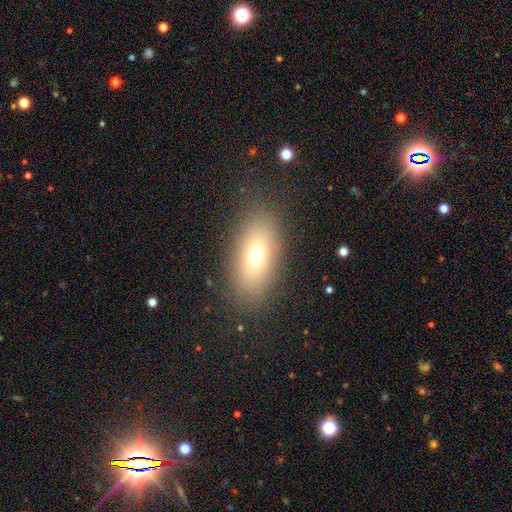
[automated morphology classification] Smooth or featured? Predicted: smooth (p=0.70). How rounded? Predicted: in between (p=0.84). Merging? Predicted: none (p=0.85).